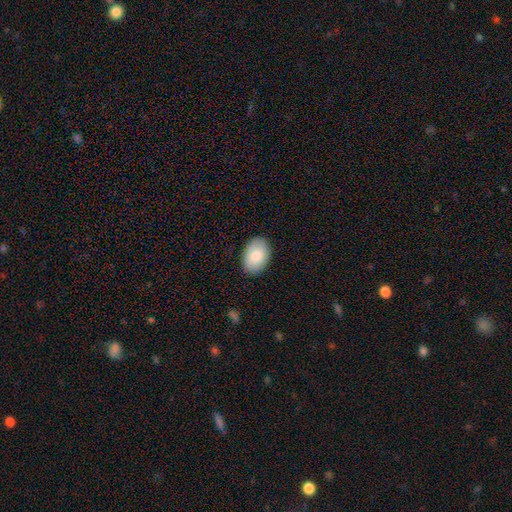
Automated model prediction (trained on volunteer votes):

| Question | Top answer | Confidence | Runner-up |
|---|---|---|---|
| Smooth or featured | smooth | 82% | featured or disk (12%) |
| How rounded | in between | 88% | round (11%) |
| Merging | none | 88% | minor disturbance (9%) |